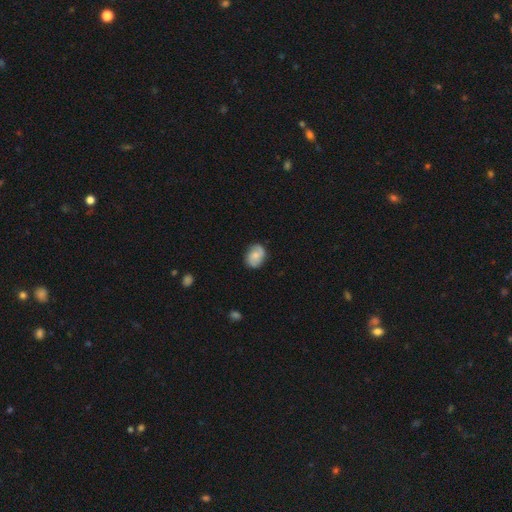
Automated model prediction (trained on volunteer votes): Q: Smooth or featured?
A: smooth (55%); runner-up: featured or disk (37%)
Q: How rounded?
A: in between (60%); runner-up: round (38%)
Q: Merging?
A: none (78%); runner-up: minor disturbance (17%)